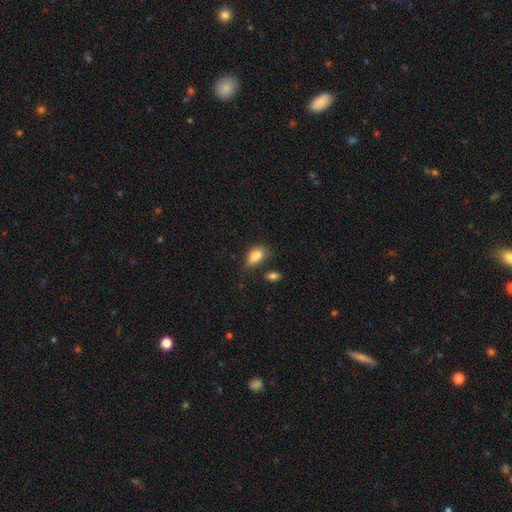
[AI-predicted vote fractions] This appears to be a smooth galaxy with no disk features (86%) that is in between round and cigar-shaped (89%). Merging: none (57%).